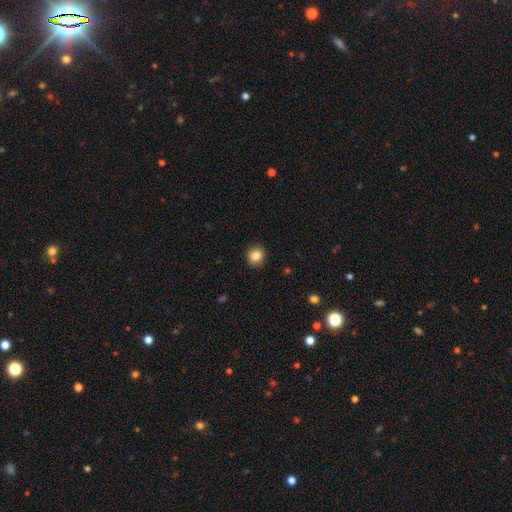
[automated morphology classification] Smooth or featured?
  - smooth: 85% *
  - star or artifact: 10%
  - featured or disk: 5%
How rounded?
  - round: 83% *
  - in between: 16%
  - cigar-shaped: 1%
Merging?
  - none: 90% *
  - minor disturbance: 7%
  - major disturbance: 2%
  - merger: 1%